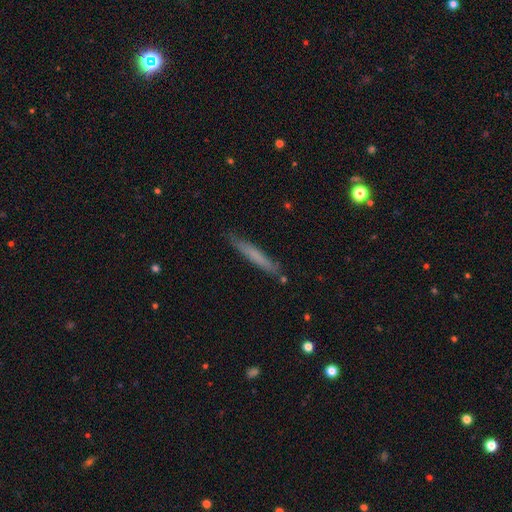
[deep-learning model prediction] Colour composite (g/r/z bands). It shows a smooth galaxy with no disk features (65%) that is cigar-shaped (95%). Merging: none (85%).